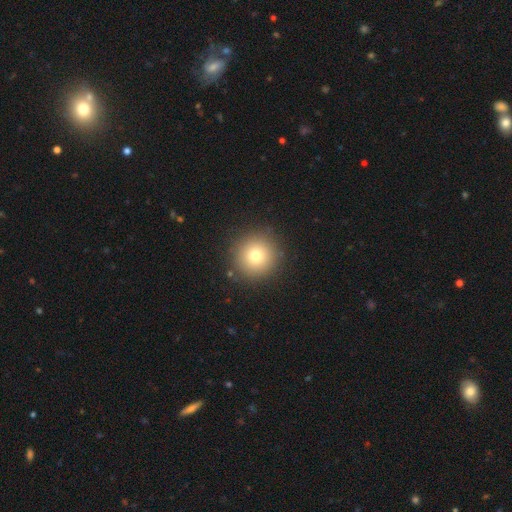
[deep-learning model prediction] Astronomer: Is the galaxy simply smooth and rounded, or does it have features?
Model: smooth — 76%.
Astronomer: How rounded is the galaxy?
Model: round — 95%.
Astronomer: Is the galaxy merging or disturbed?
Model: none — 89%.